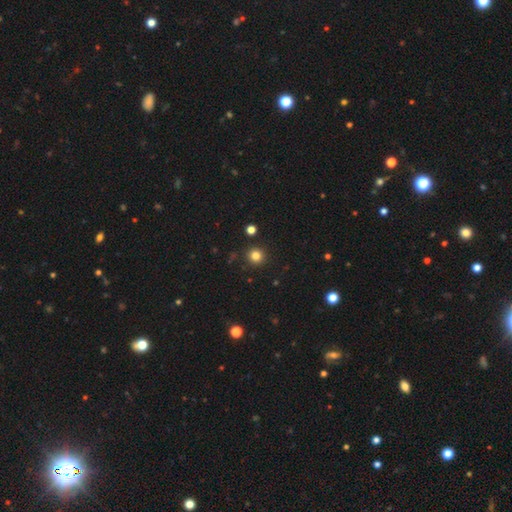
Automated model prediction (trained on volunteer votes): Morphology: type=smooth (81%); roundness=round (94%); merging=none (91%).